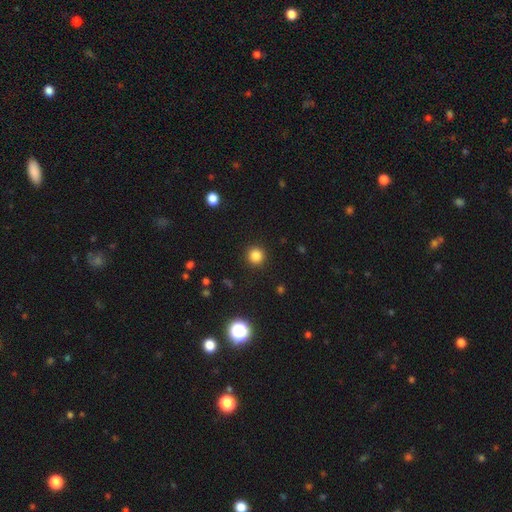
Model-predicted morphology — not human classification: This appears to be a smooth galaxy with no disk features (83%) that is round (95%). Merging: none (92%).